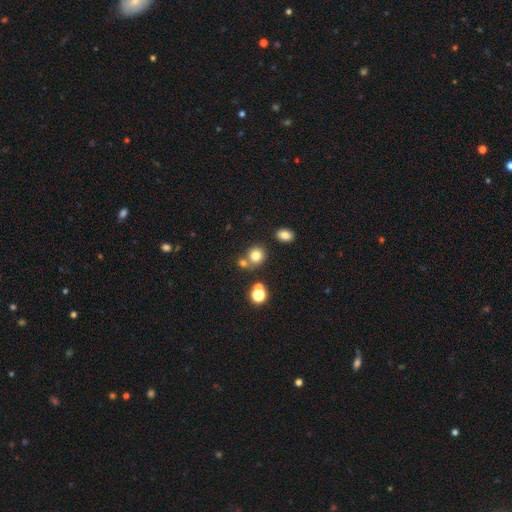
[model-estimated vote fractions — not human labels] Smooth or featured?
  - smooth: 76% *
  - star or artifact: 16%
  - featured or disk: 8%
How rounded?
  - round: 84% *
  - in between: 15%
  - cigar-shaped: 1%
Merging?
  - none: 65% *
  - merger: 22%
  - minor disturbance: 9%
  - major disturbance: 3%